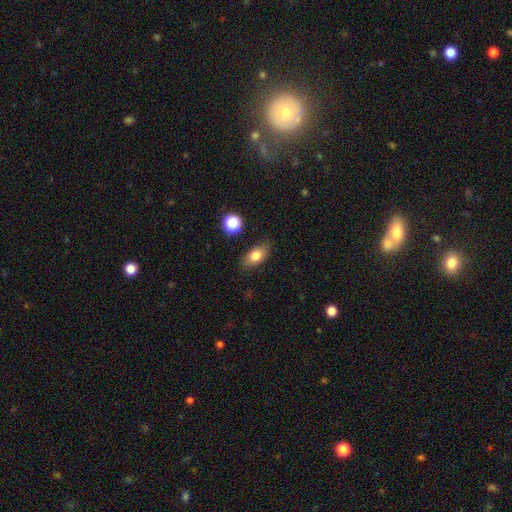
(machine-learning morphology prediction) A smooth galaxy with no disk features (77%) that is in between round and cigar-shaped (84%). Merging: none (84%).